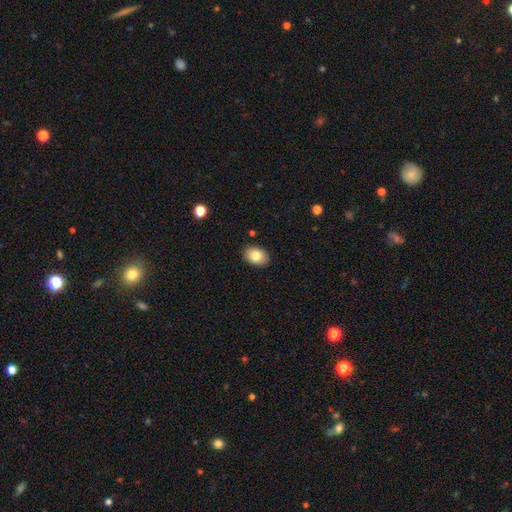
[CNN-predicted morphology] Smooth or featured? Predicted: smooth (p=0.81). How rounded? Predicted: in between (p=0.80). Merging? Predicted: none (p=0.88).